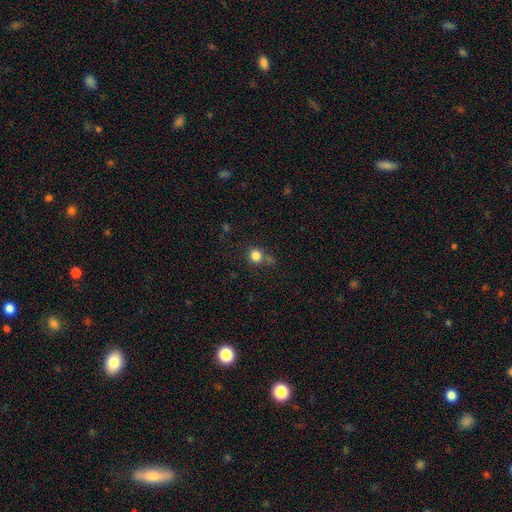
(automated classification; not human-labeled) Smooth or featured: smooth — 82% (star or artifact — 13%)
How rounded: round — 87% (in between — 12%)
Merging: none — 69% (minor disturbance — 14%)